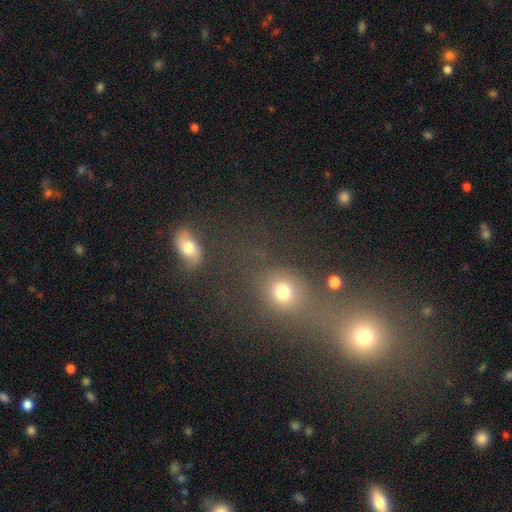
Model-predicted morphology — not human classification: Q: Smooth or featured?
A: smooth (48%); runner-up: star or artifact (41%)
Q: Merging?
A: none (44%); runner-up: merger (43%)